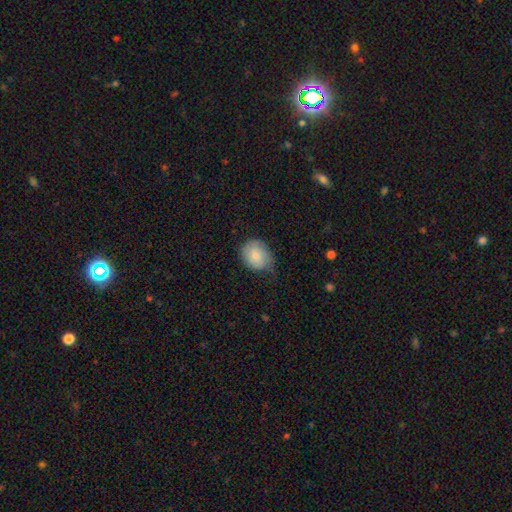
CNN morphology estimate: Smooth or featured: smooth — 78% (featured or disk — 16%)
How rounded: round — 57% (in between — 42%)
Merging: none — 50% (minor disturbance — 38%)